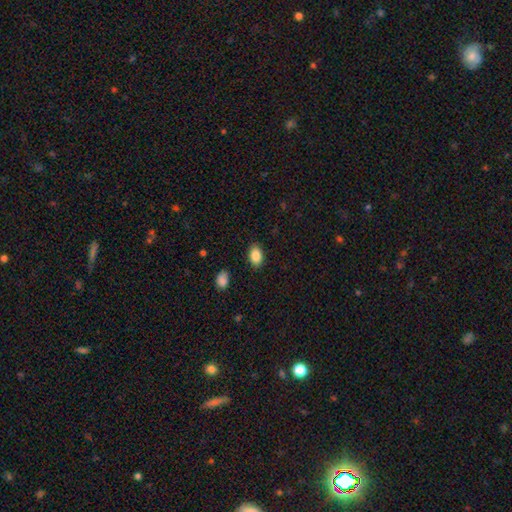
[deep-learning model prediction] A smooth galaxy with no disk features (87%) that is in between round and cigar-shaped (87%).

Vote fractions:
- Smooth or featured? smooth: 87% / star or artifact: 8% / featured or disk: 6%
- How rounded? in between: 87% / round: 12% / cigar-shaped: 1%
- Merging? none: 87% / minor disturbance: 9% / major disturbance: 2% / merger: 1%